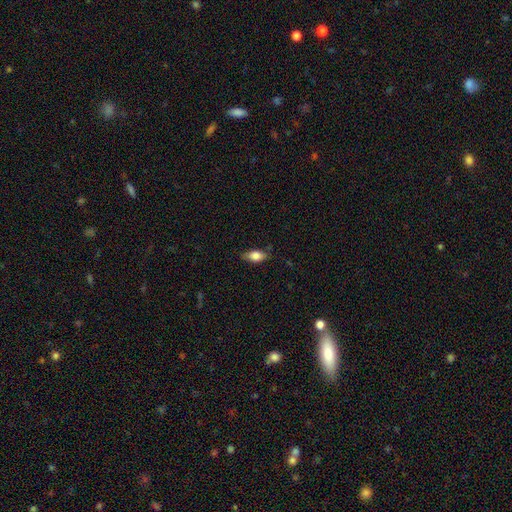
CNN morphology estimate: A smooth galaxy with no disk features (78%) that is in between round and cigar-shaped (86%).

Vote fractions:
- Smooth or featured? smooth: 78% / featured or disk: 15% / star or artifact: 7%
- How rounded? in between: 86% / cigar-shaped: 9% / round: 5%
- Merging? none: 73% / minor disturbance: 22% / major disturbance: 4% / merger: 1%